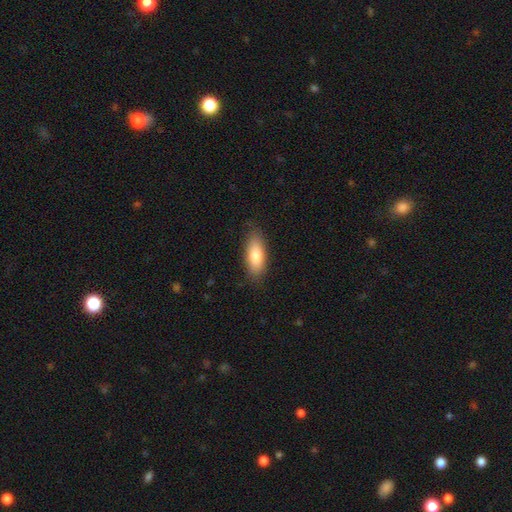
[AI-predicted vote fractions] smooth-or-featured: smooth: 81% | featured or disk: 13% | star or artifact: 6%
  how-rounded: in between: 73% | cigar-shaped: 25% | round: 2%
  merging: none: 83% | minor disturbance: 13% | major disturbance: 3% | merger: 1%